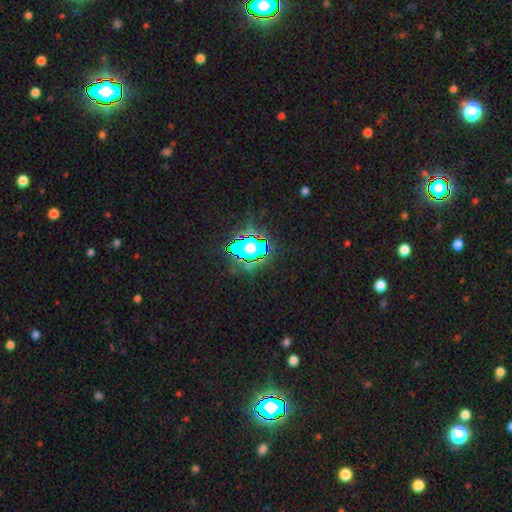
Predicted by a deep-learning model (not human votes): Smooth or featured: star or artifact — 81% (smooth — 12%)